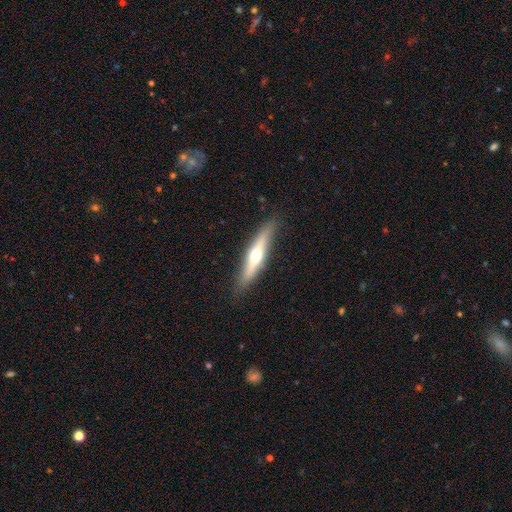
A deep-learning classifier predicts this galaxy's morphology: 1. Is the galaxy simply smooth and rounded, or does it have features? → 56% featured or disk, 39% smooth, 5% star or artifact.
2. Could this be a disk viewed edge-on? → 92% yes, 8% no.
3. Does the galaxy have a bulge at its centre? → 89% rounded, 8% none, 3% boxy.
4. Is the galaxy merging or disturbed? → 87% none, 9% minor disturbance, 2% major disturbance, 1% merger.